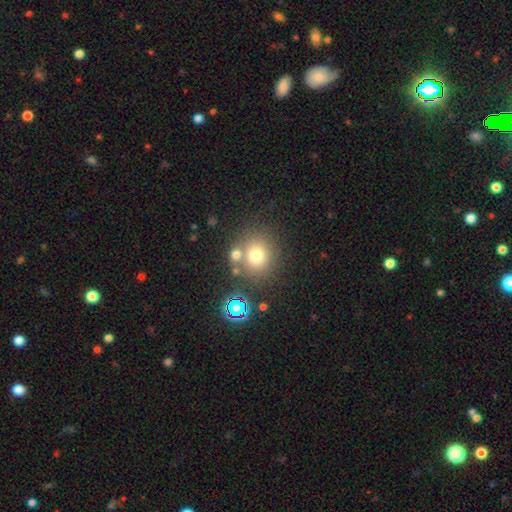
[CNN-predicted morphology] Overall: smooth (73%). How rounded: round (86%). Merging: none (66%).